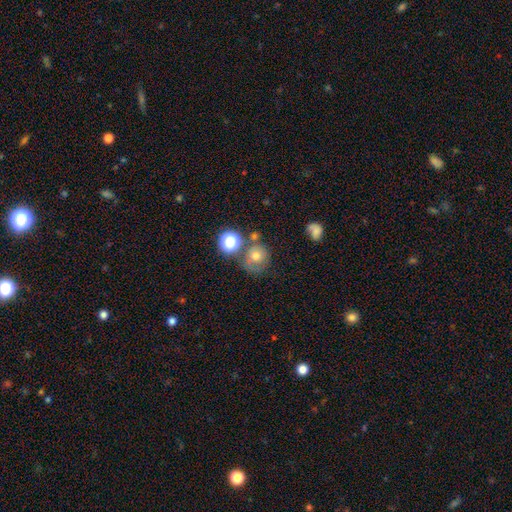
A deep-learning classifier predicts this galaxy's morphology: This is likely a smooth galaxy (63%). How rounded: clearly round (84%). Merging: possibly none (54%).